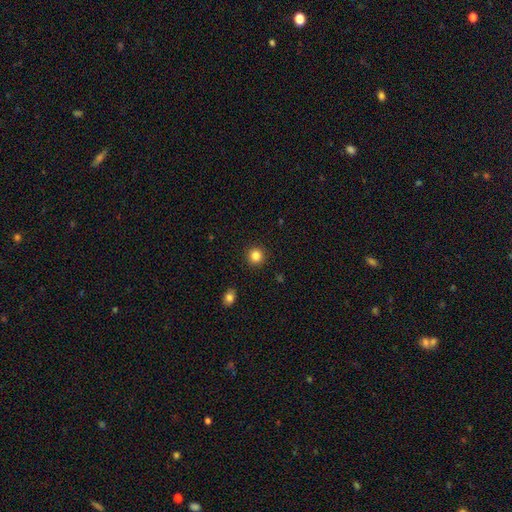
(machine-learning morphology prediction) The model was most divided on "smooth or featured": smooth: 85%, star or artifact: 11%, featured or disk: 5%. More confident: how rounded — round (92%); merging — none (92%).